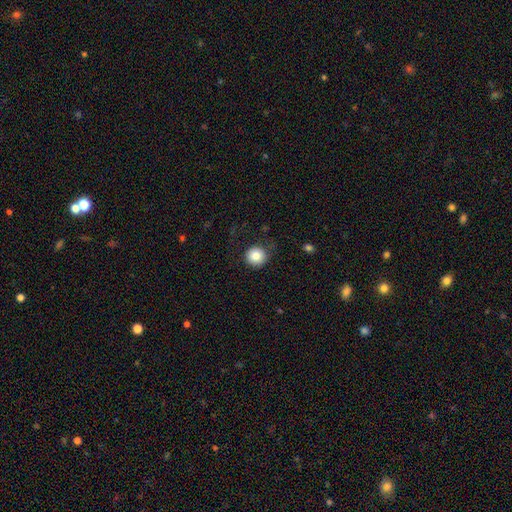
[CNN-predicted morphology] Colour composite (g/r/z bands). It shows a smooth galaxy with no disk features (84%) that is round (94%). Merging: none (80%).